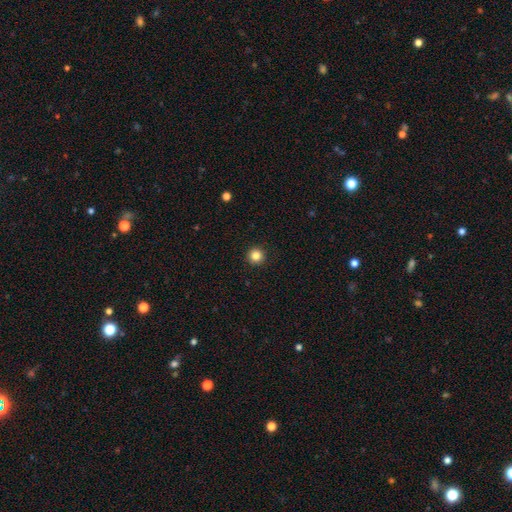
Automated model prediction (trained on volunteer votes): Smooth or featured?
  - smooth: 84% *
  - star or artifact: 11%
  - featured or disk: 5%
How rounded?
  - round: 96% *
  - in between: 3%
  - cigar-shaped: 1%
Merging?
  - none: 93% *
  - minor disturbance: 4%
  - major disturbance: 1%
  - merger: 1%